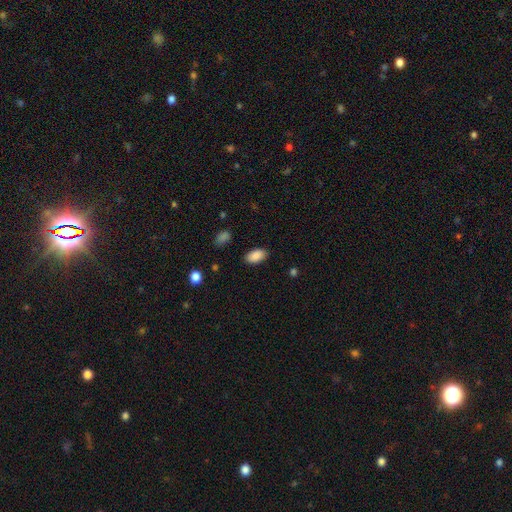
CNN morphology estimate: Smooth or featured?
  - smooth: 89% *
  - star or artifact: 7%
  - featured or disk: 4%
How rounded?
  - in between: 94% *
  - round: 4%
  - cigar-shaped: 2%
Merging?
  - none: 87% *
  - minor disturbance: 9%
  - major disturbance: 2%
  - merger: 1%